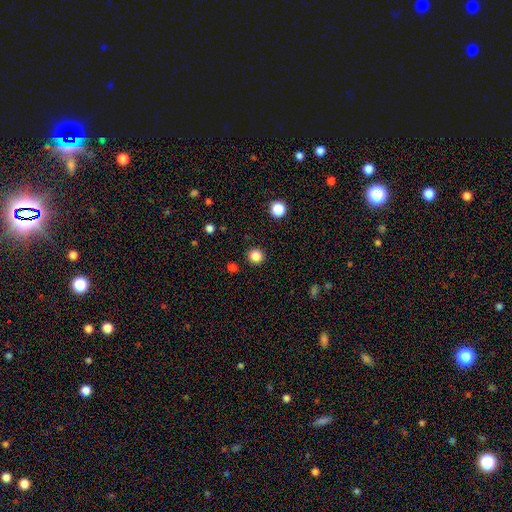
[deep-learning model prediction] smooth_or_featured: smooth (p=0.85) [alt: star or artifact p=0.12]
how_rounded: round (p=0.94) [alt: in between p=0.05]
merging: none (p=0.91) [alt: minor disturbance p=0.05]